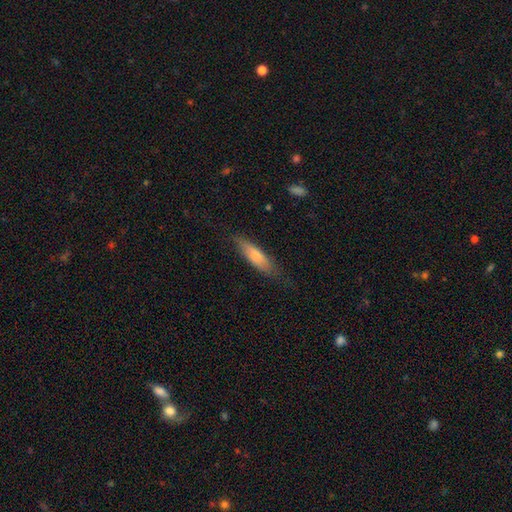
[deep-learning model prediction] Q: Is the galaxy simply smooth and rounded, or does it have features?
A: smooth — 76%.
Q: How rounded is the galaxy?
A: cigar-shaped — 62%.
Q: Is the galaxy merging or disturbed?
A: none — 73%.